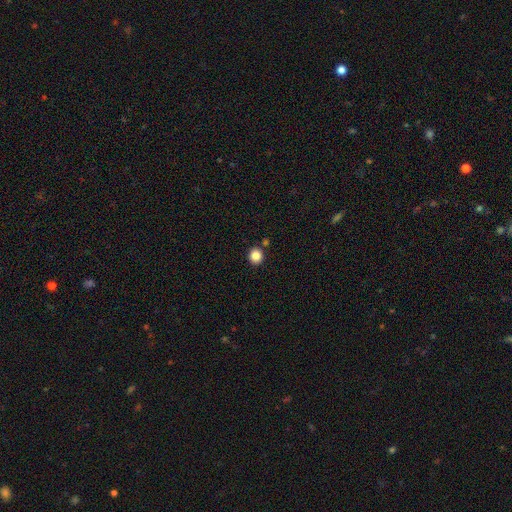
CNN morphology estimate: The model was most divided on "how rounded": round: 83%, in between: 16%, cigar-shaped: 1%. More confident: merging — none (85%); smooth or featured — smooth (85%).